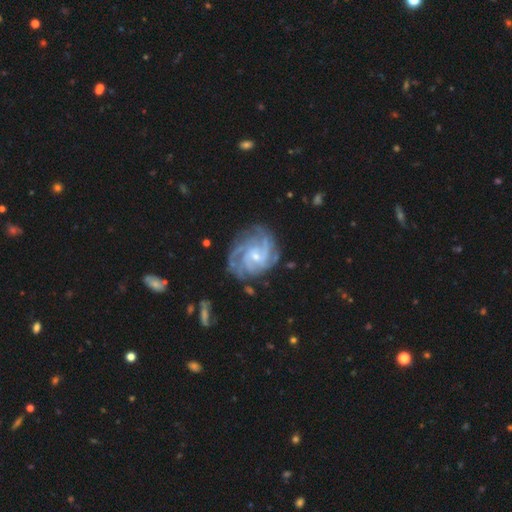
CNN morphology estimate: Smooth or featured?
  - featured or disk: 90% *
  - star or artifact: 5%
  - smooth: 5%
Edge-on disk?
  - no: 98% *
  - yes: 2%
Bar?
  - no: 56% *
  - weak: 37%
  - strong: 7%
Spiral arms?
  - yes: 98% *
  - no: 2%
Spiral winding?
  - tight: 56% *
  - medium: 37%
  - loose: 7%
Spiral arm count?
  - 4: 27% *
  - 3: 24%
  - can't tell: 20%
  - 2: 13%
  - more than 4: 10%
  - 1: 7%
Bulge size?
  - small: 67% *
  - moderate: 29%
  - none: 2%
  - large: 1%
  - dominant: 1%
Merging?
  - none: 72% *
  - minor disturbance: 18%
  - major disturbance: 8%
  - merger: 2%